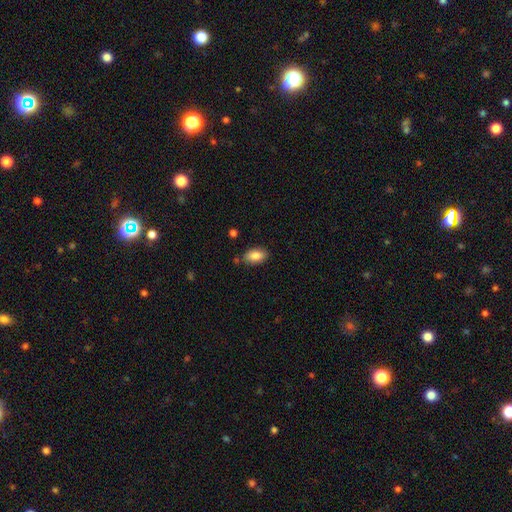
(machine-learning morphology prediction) Smooth or featured: smooth — 86% (featured or disk — 7%)
How rounded: in between — 92% (round — 4%)
Merging: none — 82% (minor disturbance — 12%)